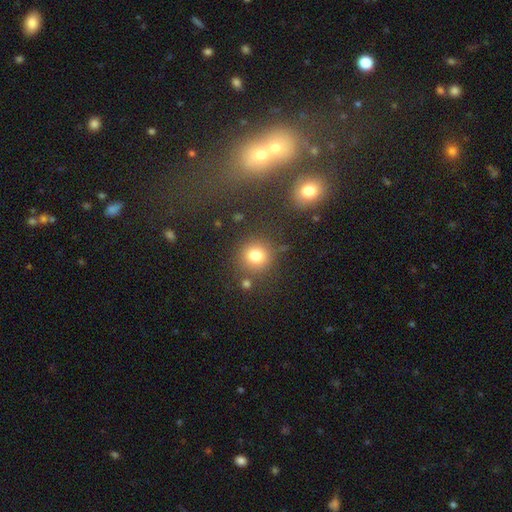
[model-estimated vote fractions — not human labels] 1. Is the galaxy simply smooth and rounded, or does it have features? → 78% smooth, 14% star or artifact, 7% featured or disk.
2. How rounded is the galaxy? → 90% round, 9% in between, 1% cigar-shaped.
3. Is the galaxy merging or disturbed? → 78% none, 10% minor disturbance, 7% merger, 4% major disturbance.